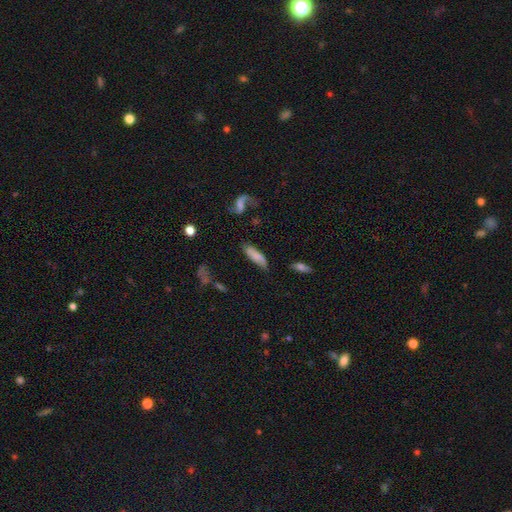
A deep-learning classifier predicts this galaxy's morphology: Overall: smooth (73%). How rounded: cigar-shaped (56%; in between 41%). Merging: none (70%).